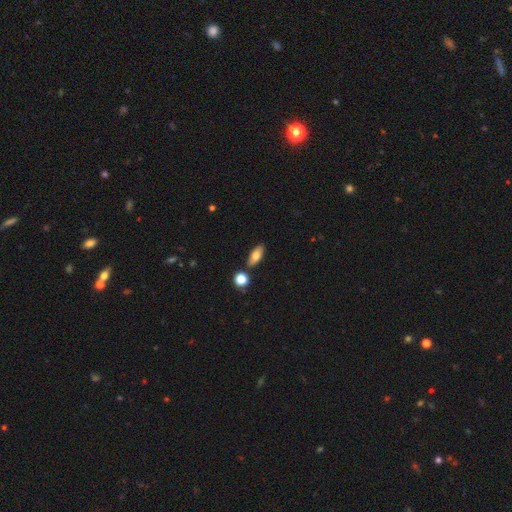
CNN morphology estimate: Smooth or featured? Predicted: smooth (p=0.77). How rounded? Predicted: in between (p=0.80). Merging? Predicted: none (p=0.81).